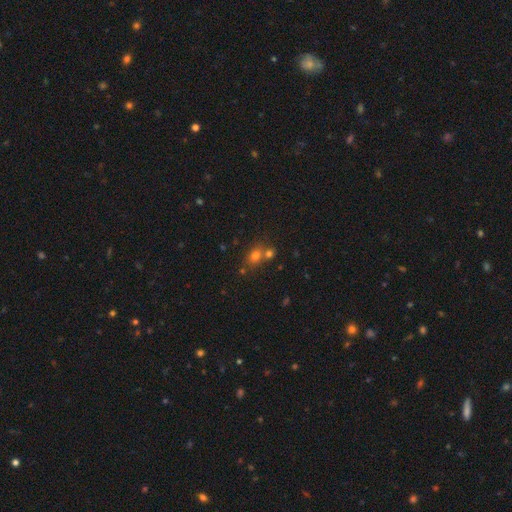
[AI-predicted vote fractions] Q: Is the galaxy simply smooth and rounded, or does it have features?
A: smooth — 71%.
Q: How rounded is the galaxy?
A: round — 61%.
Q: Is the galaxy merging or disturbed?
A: none — 52%.